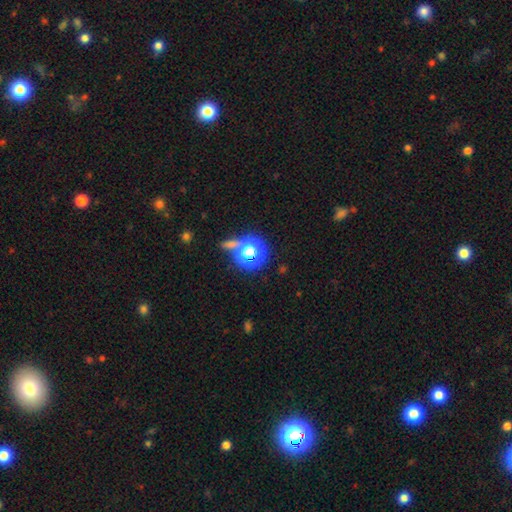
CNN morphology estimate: A star or artifact, not a galaxy (48%).